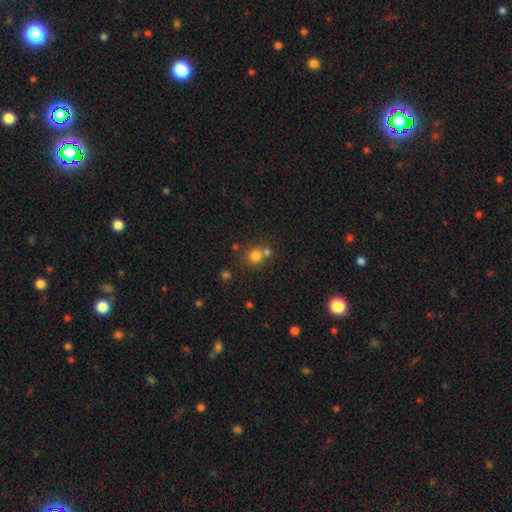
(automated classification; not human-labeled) A smooth galaxy with no disk features (78%) that is round (87%).

Vote fractions:
- Smooth or featured? smooth: 78% / star or artifact: 14% / featured or disk: 8%
- How rounded? round: 87% / in between: 12% / cigar-shaped: 1%
- Merging? none: 56% / merger: 33% / minor disturbance: 8% / major disturbance: 3%